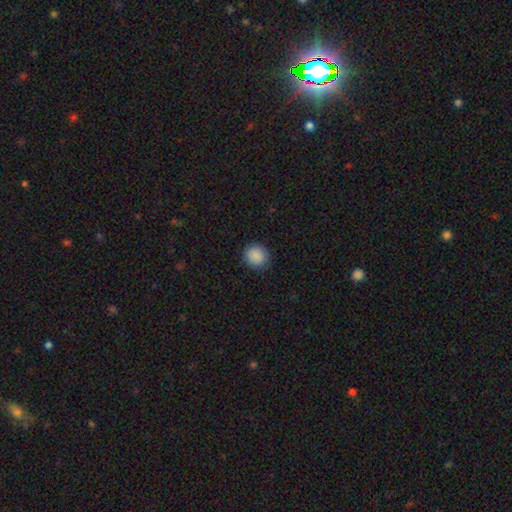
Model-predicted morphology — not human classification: Smooth or featured? smooth (89%)
How rounded? round (89%)
Merging? none (89%)